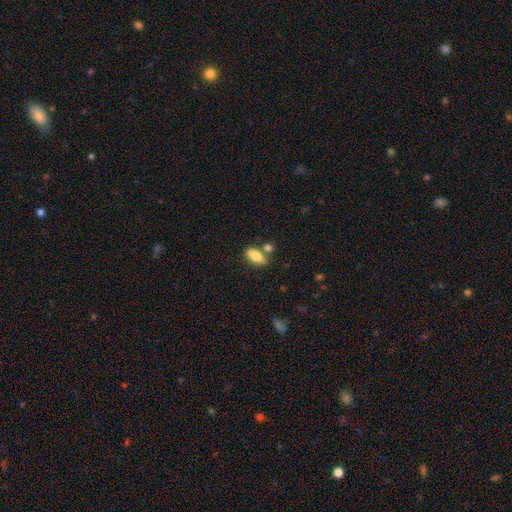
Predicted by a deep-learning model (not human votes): smooth-or-featured: smooth: 80% | featured or disk: 13% | star or artifact: 7%
  how-rounded: in between: 78% | cigar-shaped: 19% | round: 4%
  merging: none: 69% | merger: 15% | minor disturbance: 13% | major disturbance: 3%